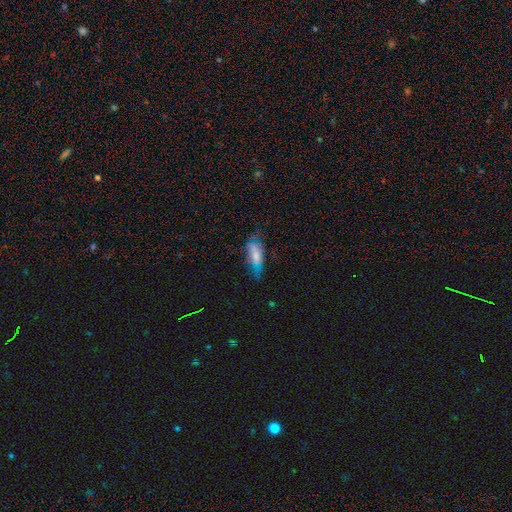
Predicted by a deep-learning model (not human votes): Smooth or featured: smooth — 60% (featured or disk — 31%)
How rounded: in between — 73% (cigar-shaped — 24%)
Merging: none — 38% (minor disturbance — 32%)